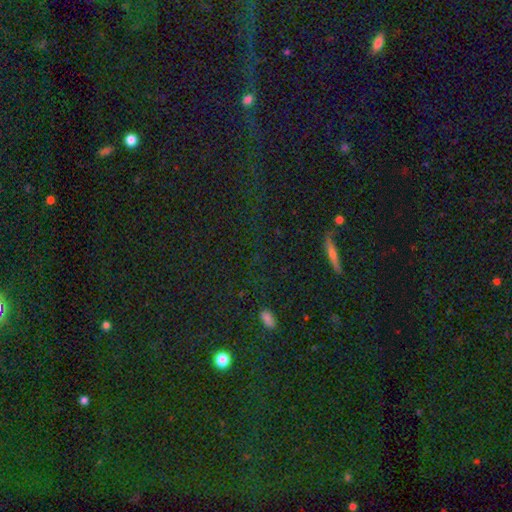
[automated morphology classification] Q: Smooth or featured?
A: star or artifact (69%); runner-up: smooth (19%)